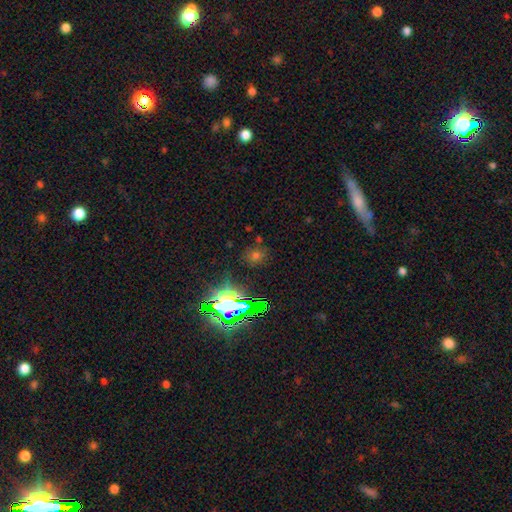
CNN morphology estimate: type=star or artifact (55%).